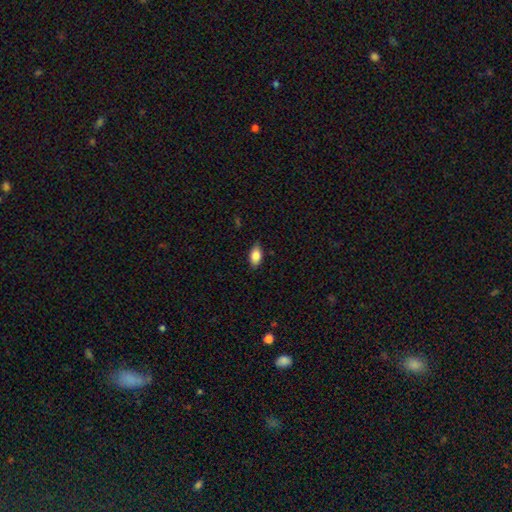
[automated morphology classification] smooth-or-featured: smooth: 84% | featured or disk: 8% | star or artifact: 7%
  how-rounded: in between: 91% | round: 5% | cigar-shaped: 4%
  merging: none: 82% | minor disturbance: 14% | major disturbance: 2% | merger: 1%